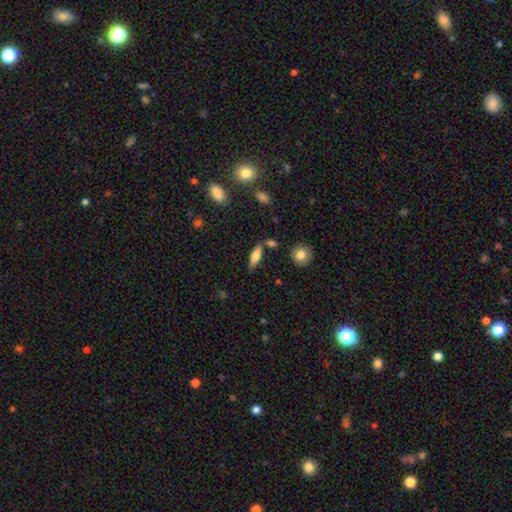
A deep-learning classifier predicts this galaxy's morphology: Smooth or featured? Predicted: smooth (p=0.59). How rounded? Predicted: in between (p=0.54). Merging? Predicted: none (p=0.78).